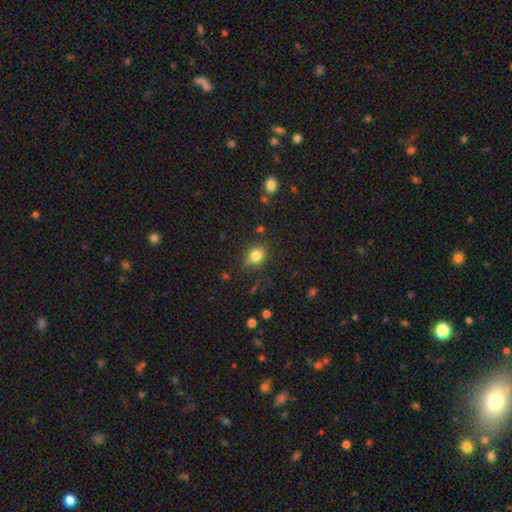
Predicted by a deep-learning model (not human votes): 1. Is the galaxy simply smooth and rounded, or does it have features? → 82% smooth, 11% star or artifact, 7% featured or disk.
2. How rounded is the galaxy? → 54% in between, 44% round, 1% cigar-shaped.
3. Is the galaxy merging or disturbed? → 74% none, 19% minor disturbance, 5% major disturbance, 2% merger.